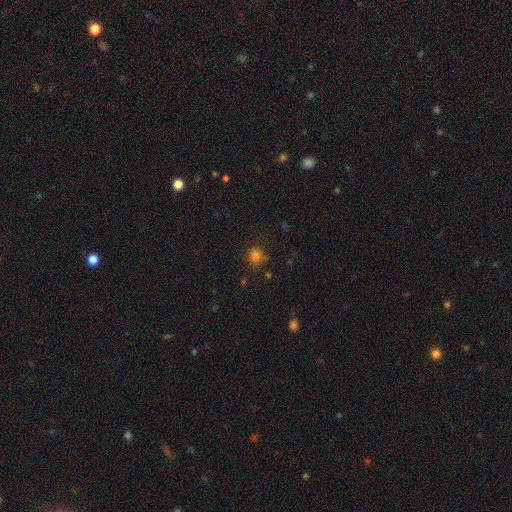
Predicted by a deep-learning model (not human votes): Morphology: type=smooth (74%); roundness=round (80%); merging=none (76%).